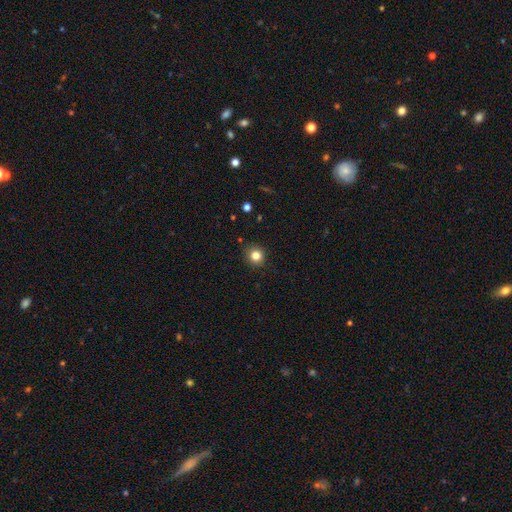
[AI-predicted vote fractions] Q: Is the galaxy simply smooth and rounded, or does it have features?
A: smooth — 83%.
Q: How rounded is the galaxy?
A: round — 89%.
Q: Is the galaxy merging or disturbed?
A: none — 89%.